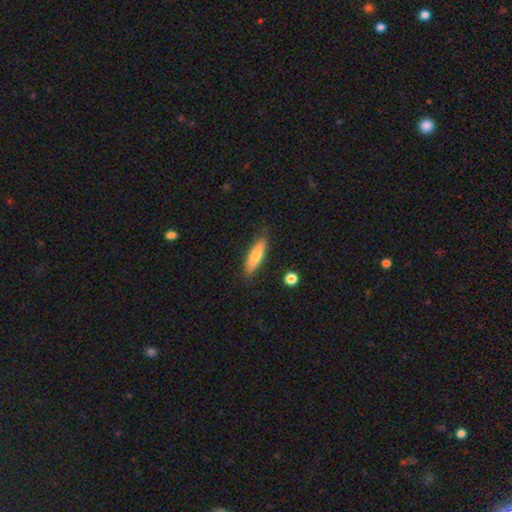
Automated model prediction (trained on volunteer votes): Smooth or featured?
  - smooth: 74% *
  - featured or disk: 19%
  - star or artifact: 6%
How rounded?
  - cigar-shaped: 73% *
  - in between: 25%
  - round: 2%
Merging?
  - none: 84% *
  - minor disturbance: 12%
  - major disturbance: 2%
  - merger: 2%